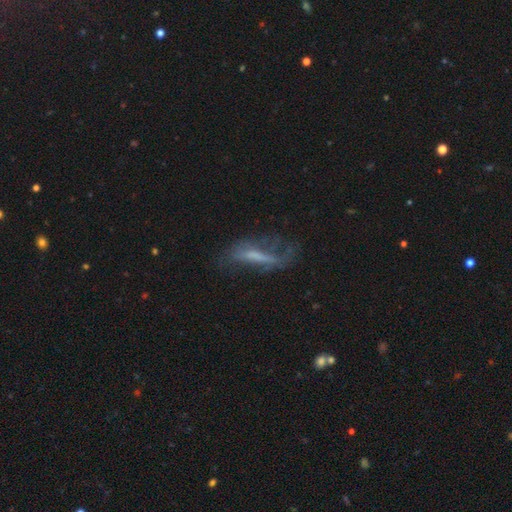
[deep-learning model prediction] featured or disk 54%, smooth 34%, star or artifact 12%. Down the decision tree: edge-on disk — no (71%); merging — none (39%).